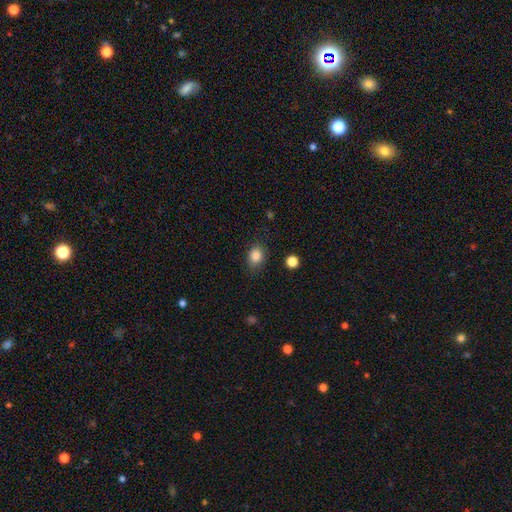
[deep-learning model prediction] A smooth galaxy with no disk features (86%) that is in between round and cigar-shaped (55%). Merging: none (79%).